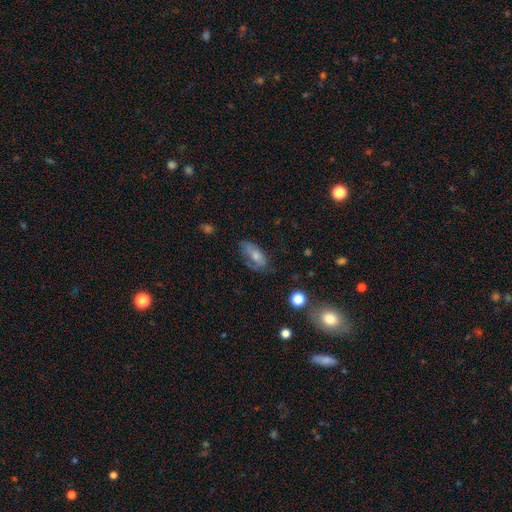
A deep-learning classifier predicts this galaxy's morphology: Smooth or featured? smooth (66%)
How rounded? in between (85%)
Merging? none (50%)